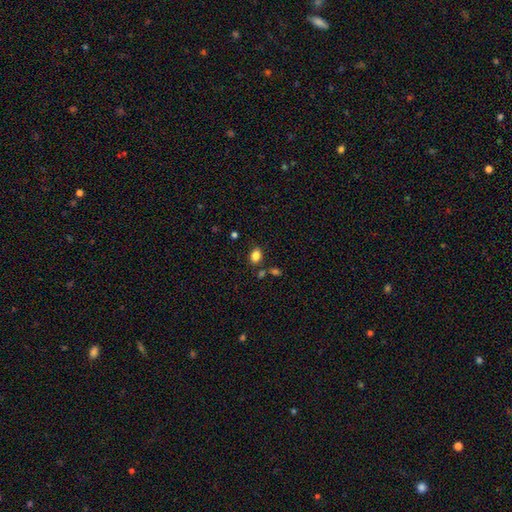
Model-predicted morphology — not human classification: Smooth or featured? smooth (84%)
How rounded? in between (75%)
Merging? none (78%)